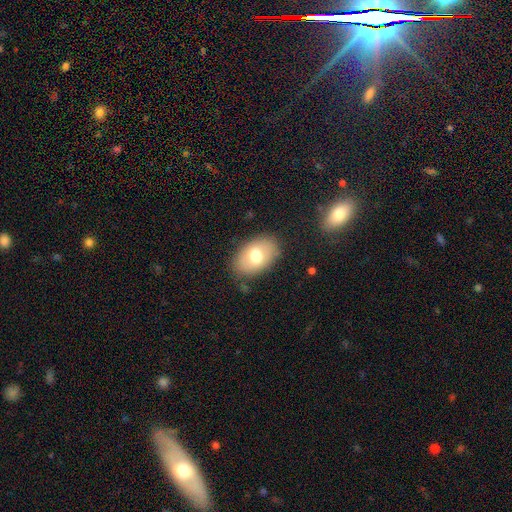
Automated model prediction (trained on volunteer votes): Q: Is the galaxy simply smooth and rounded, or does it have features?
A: smooth — 69%.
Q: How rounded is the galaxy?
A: in between — 86%.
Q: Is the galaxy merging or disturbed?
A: none — 80%.